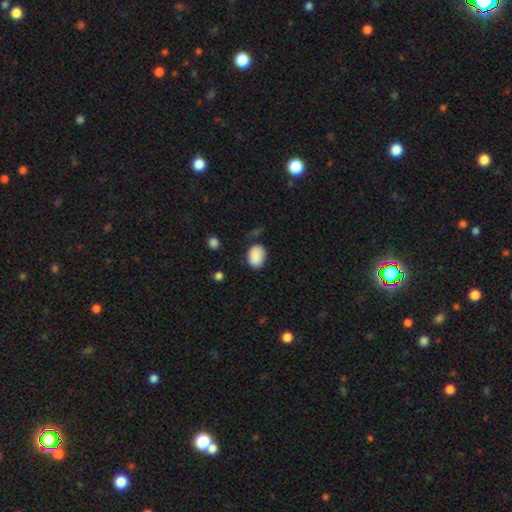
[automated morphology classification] smooth_or_featured: smooth (p=0.86) [alt: star or artifact p=0.07]
how_rounded: in between (p=0.72) [alt: round p=0.27]
merging: none (p=0.71) [alt: minor disturbance p=0.21]